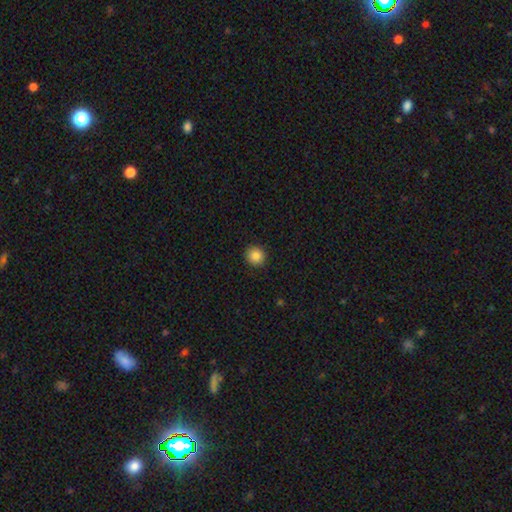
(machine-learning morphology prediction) This is clearly a smooth galaxy (86%). How rounded: clearly round (91%). Merging: clearly none (92%).